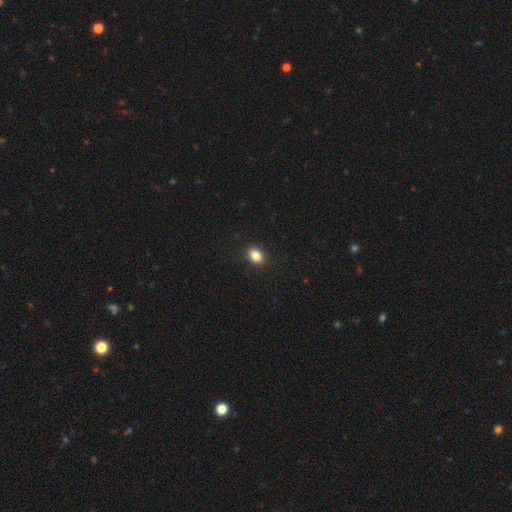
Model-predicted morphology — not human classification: Smooth or featured? Predicted: smooth (p=0.85). How rounded? Predicted: in between (p=0.73). Merging? Predicted: none (p=0.90).